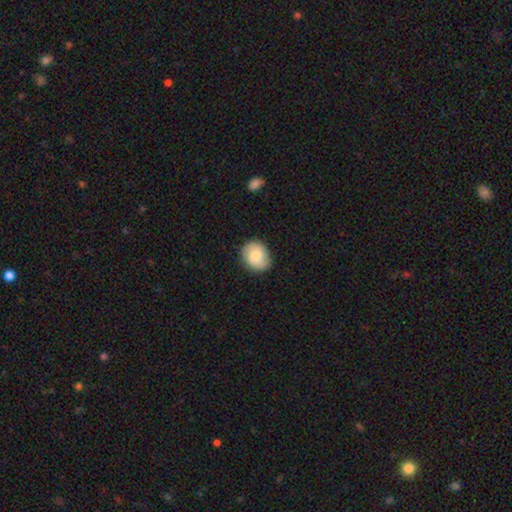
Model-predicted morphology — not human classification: A smooth galaxy with no disk features (68%) that is round (66%). Merging: none (83%).